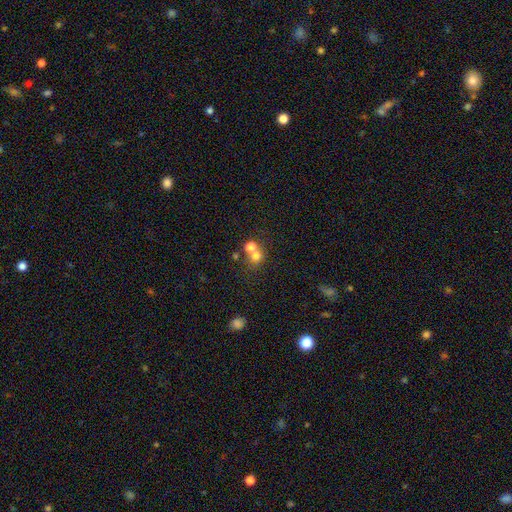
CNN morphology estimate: The model was most divided on "merging": merger: 48%, none: 42%, minor disturbance: 6%, major disturbance: 3%. More confident: how rounded — round (82%); smooth or featured — smooth (71%).